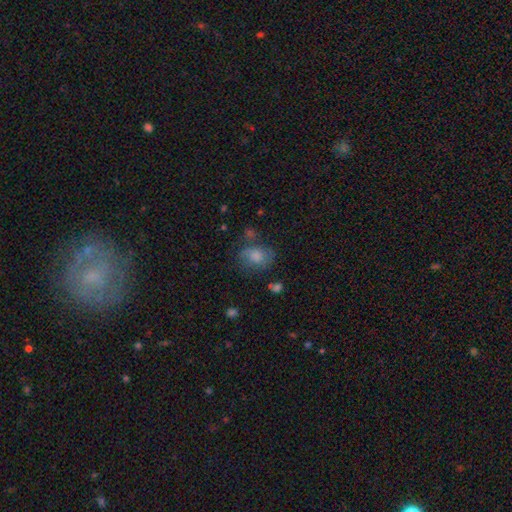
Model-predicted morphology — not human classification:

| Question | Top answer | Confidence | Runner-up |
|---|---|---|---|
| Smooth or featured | smooth | 58% | featured or disk (25%) |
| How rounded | in between | 54% | round (44%) |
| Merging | none | 61% | minor disturbance (22%) |